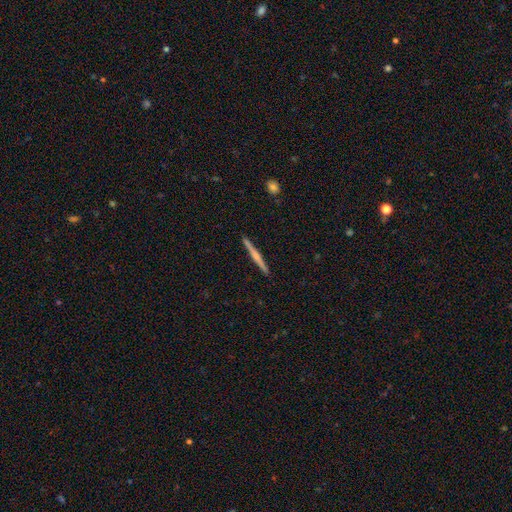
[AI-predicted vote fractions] Q: Smooth or featured?
A: featured or disk (57%); runner-up: smooth (37%)
Q: Edge-on disk?
A: yes (98%); runner-up: no (2%)
Q: Edge-on bulge?
A: rounded (46%); runner-up: none (41%)
Q: Merging?
A: none (92%); runner-up: minor disturbance (6%)